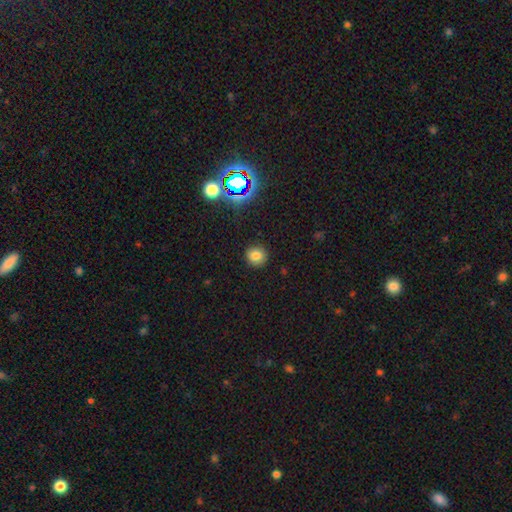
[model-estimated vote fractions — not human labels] smooth_or_featured: smooth (p=0.79) [alt: star or artifact p=0.15]
how_rounded: round (p=0.88) [alt: in between p=0.11]
merging: none (p=0.89) [alt: minor disturbance p=0.07]